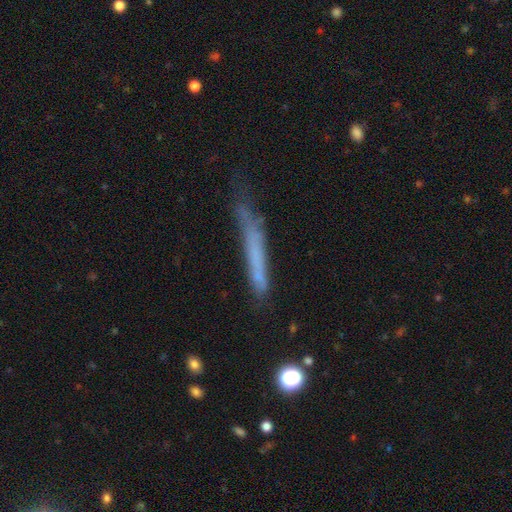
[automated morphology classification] Overall: smooth (56%; featured or disk 34%). How rounded: cigar-shaped (95%). Merging: none (57%; minor disturbance 27%).